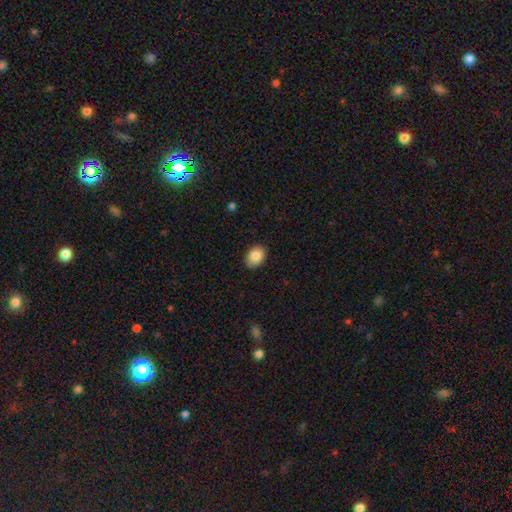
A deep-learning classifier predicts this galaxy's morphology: smooth_or_featured: smooth (p=0.86) [alt: star or artifact p=0.07]
how_rounded: in between (p=0.78) [alt: round p=0.21]
merging: none (p=0.88) [alt: minor disturbance p=0.09]